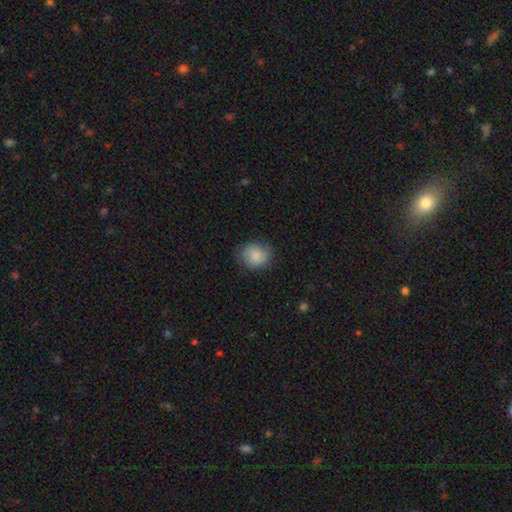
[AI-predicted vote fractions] This appears to be a smooth galaxy with no disk features (86%) that is round (68%). Merging: none (79%).